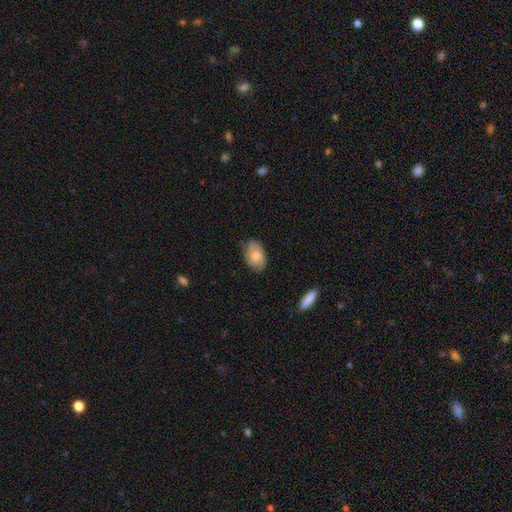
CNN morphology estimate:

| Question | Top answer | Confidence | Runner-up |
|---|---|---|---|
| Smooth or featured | smooth | 70% | featured or disk (23%) |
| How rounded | in between | 88% | round (10%) |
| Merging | none | 71% | minor disturbance (23%) |